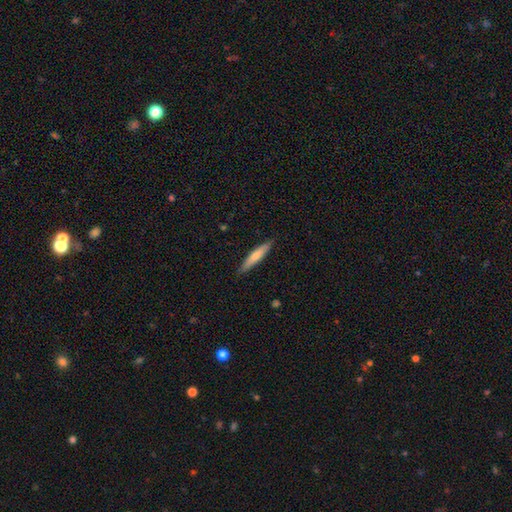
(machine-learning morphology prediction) type=smooth (68%); roundness=cigar-shaped (89%); merging=none (88%).